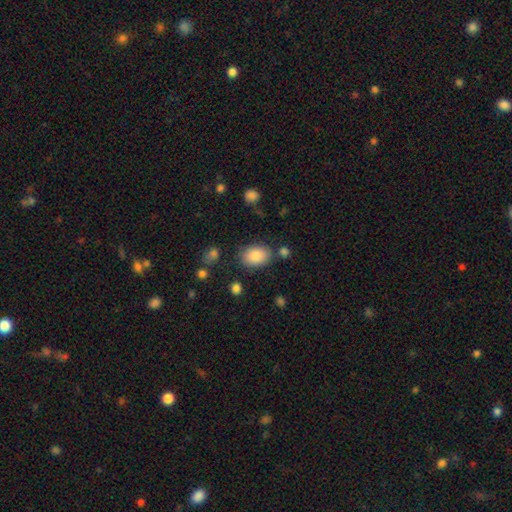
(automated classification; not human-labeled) smooth 87%, star or artifact 8%, featured or disk 6%. Down the decision tree: how rounded — in between (81%); merging — none (77%).